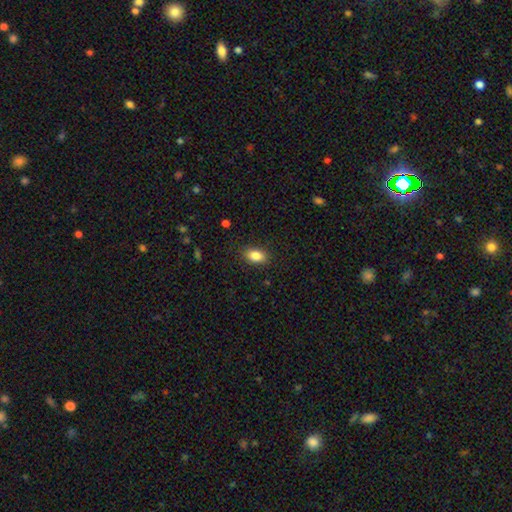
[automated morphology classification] Smooth or featured? Predicted: smooth (p=0.85). How rounded? Predicted: in between (p=0.89). Merging? Predicted: none (p=0.87).